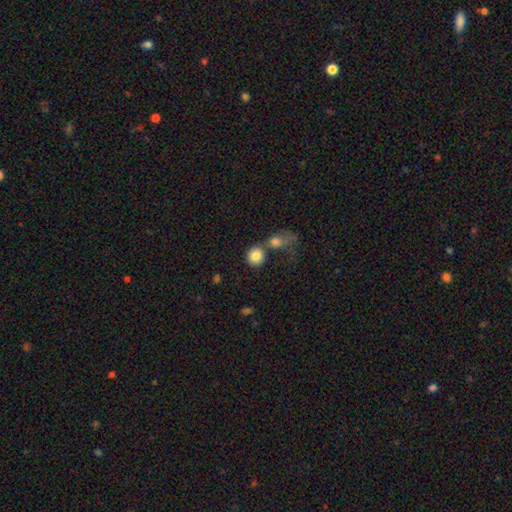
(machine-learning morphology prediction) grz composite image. It shows a smooth galaxy with no disk features (83%) that is round (87%). Merging: none (51%).